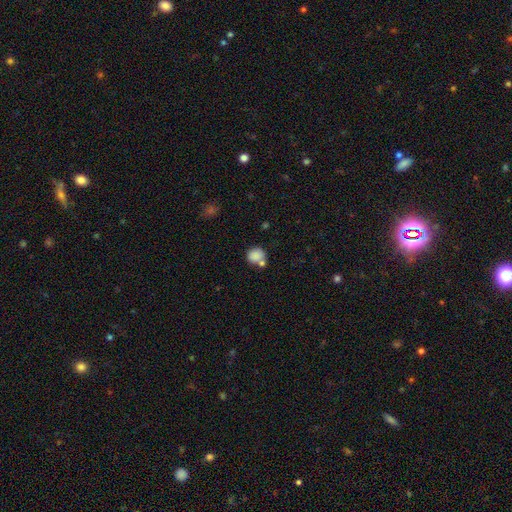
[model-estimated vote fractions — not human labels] The model was most divided on "merging": none: 56%, merger: 26%, minor disturbance: 13%, major disturbance: 5%. More confident: smooth or featured — smooth (84%); how rounded — round (79%).